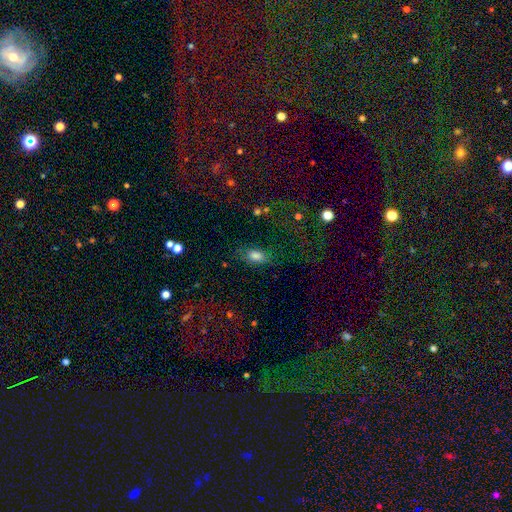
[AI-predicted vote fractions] Q: Smooth or featured?
A: smooth (77%); runner-up: star or artifact (13%)
Q: How rounded?
A: in between (87%); runner-up: round (7%)
Q: Merging?
A: none (74%); runner-up: minor disturbance (17%)